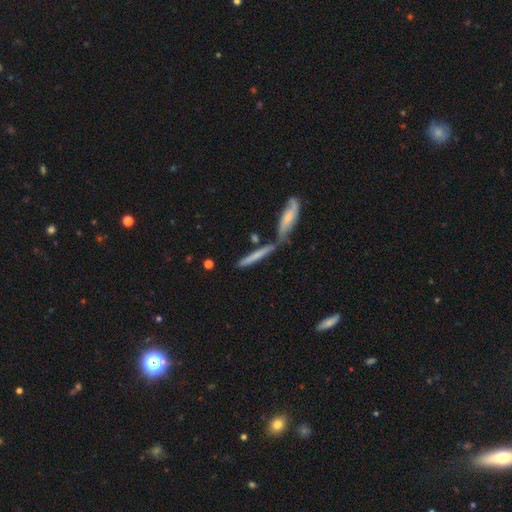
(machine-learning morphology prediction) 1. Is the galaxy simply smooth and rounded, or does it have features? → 62% smooth, 31% featured or disk, 7% star or artifact.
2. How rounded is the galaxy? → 89% cigar-shaped, 9% in between, 2% round.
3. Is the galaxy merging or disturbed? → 51% none, 33% merger, 11% minor disturbance, 4% major disturbance.